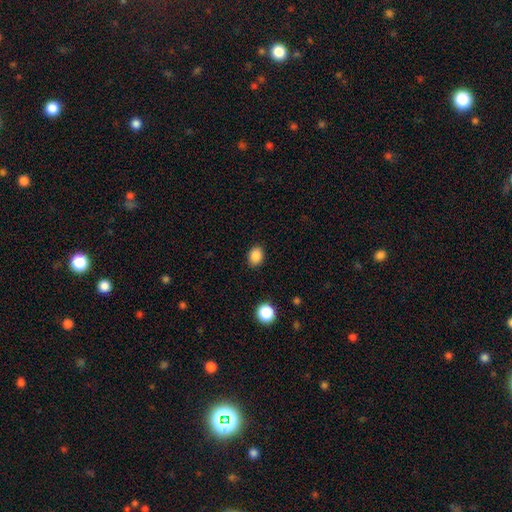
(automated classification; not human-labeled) Smooth or featured? Predicted: smooth (p=0.87). How rounded? Predicted: in between (p=0.56). Merging? Predicted: none (p=0.87).